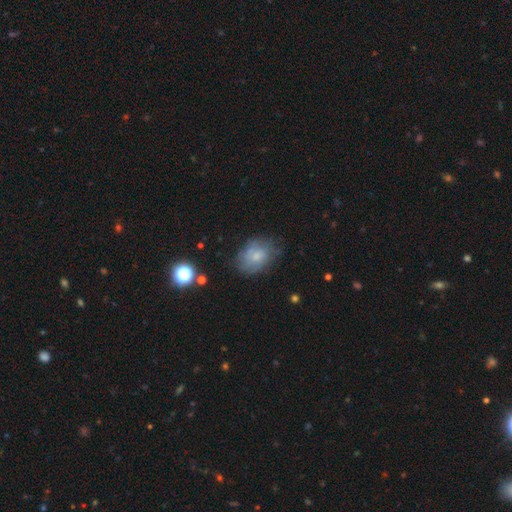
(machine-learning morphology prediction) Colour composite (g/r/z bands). It shows a smooth galaxy with no disk features (56%) that is in between round and cigar-shaped (71%). Merging: none (61%).